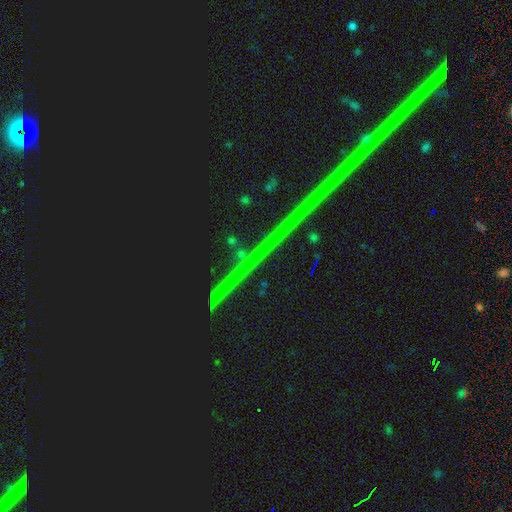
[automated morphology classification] star or artifact 89%, featured or disk 7%, smooth 5%.